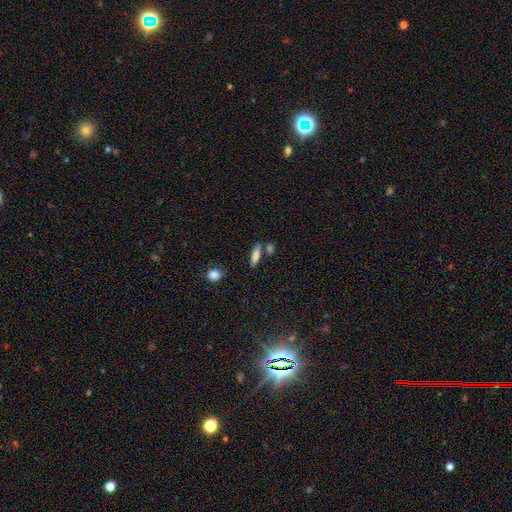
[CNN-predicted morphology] A smooth galaxy with no disk features (68%) that is cigar-shaped (67%).

Vote fractions:
- Smooth or featured? smooth: 68% / featured or disk: 24% / star or artifact: 8%
- How rounded? cigar-shaped: 67% / in between: 30% / round: 3%
- Merging? none: 72% / merger: 14% / minor disturbance: 11% / major disturbance: 3%